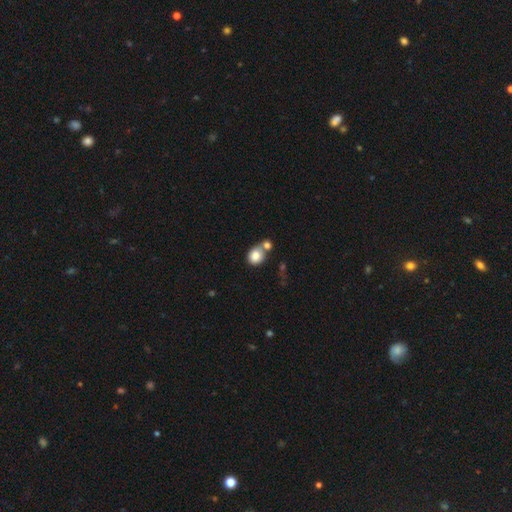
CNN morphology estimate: type=smooth (82%); roundness=round (69%); merging=none (44%).